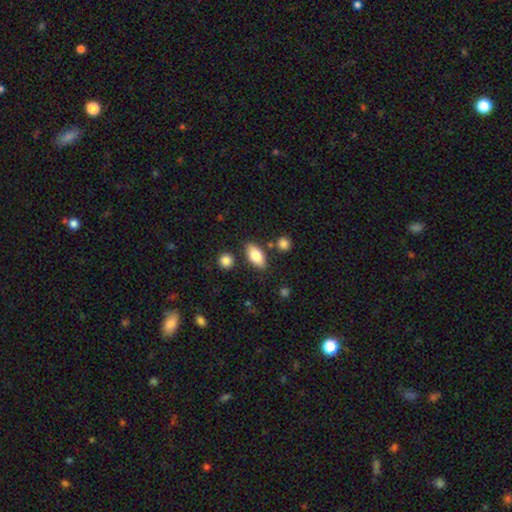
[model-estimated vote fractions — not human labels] Q: Smooth or featured?
A: smooth (80%); runner-up: featured or disk (14%)
Q: How rounded?
A: in between (86%); runner-up: cigar-shaped (9%)
Q: Merging?
A: none (81%); runner-up: minor disturbance (11%)